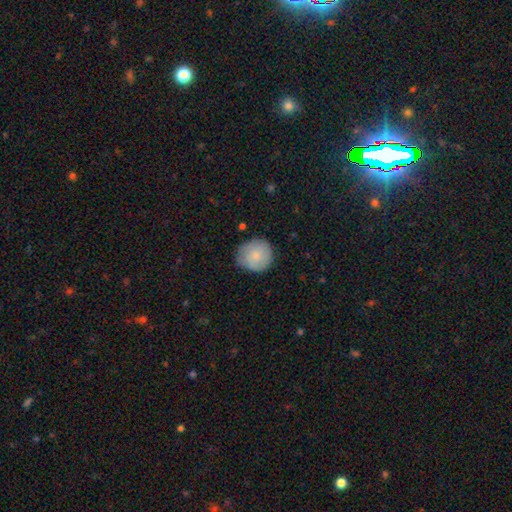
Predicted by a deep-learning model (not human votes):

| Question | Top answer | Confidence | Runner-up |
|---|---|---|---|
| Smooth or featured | smooth | 79% | featured or disk (15%) |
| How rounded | round | 90% | in between (9%) |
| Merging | none | 76% | minor disturbance (19%) |